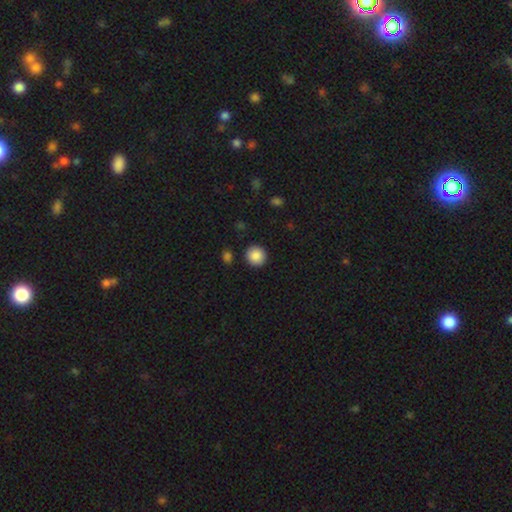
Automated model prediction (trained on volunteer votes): This is clearly a smooth galaxy (88%). How rounded: clearly round (92%). Merging: clearly none (91%).